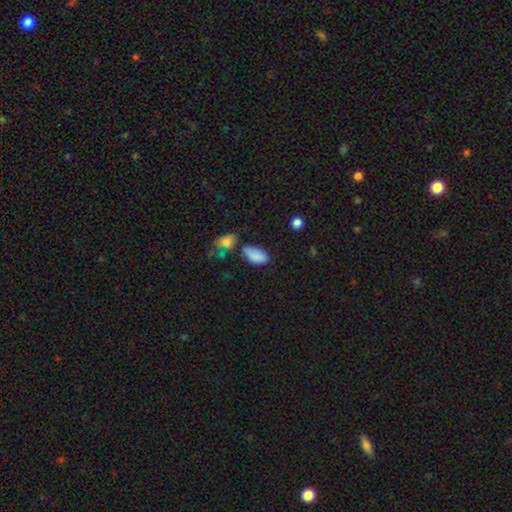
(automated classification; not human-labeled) A smooth galaxy with no disk features (84%) that is in between round and cigar-shaped (94%).

Vote fractions:
- Smooth or featured? smooth: 84% / star or artifact: 9% / featured or disk: 8%
- How rounded? in between: 94% / round: 3% / cigar-shaped: 3%
- Merging? none: 51% / minor disturbance: 27% / merger: 13% / major disturbance: 9%